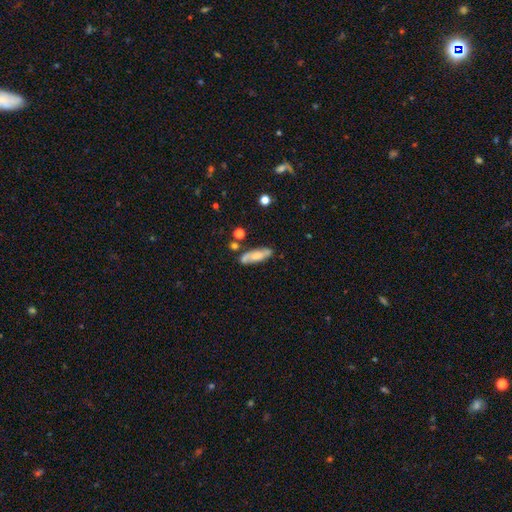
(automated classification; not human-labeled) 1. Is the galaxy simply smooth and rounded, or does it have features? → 51% smooth, 41% featured or disk, 7% star or artifact.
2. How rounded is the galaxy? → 49% cigar-shaped, 48% in between, 3% round.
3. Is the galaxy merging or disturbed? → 72% none, 17% minor disturbance, 6% merger, 4% major disturbance.